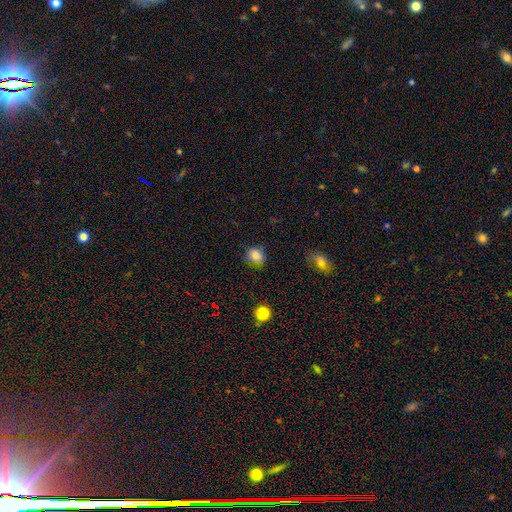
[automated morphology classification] Smooth or featured: smooth — 83% (star or artifact — 10%)
How rounded: round — 66% (in between — 33%)
Merging: none — 76% (minor disturbance — 18%)